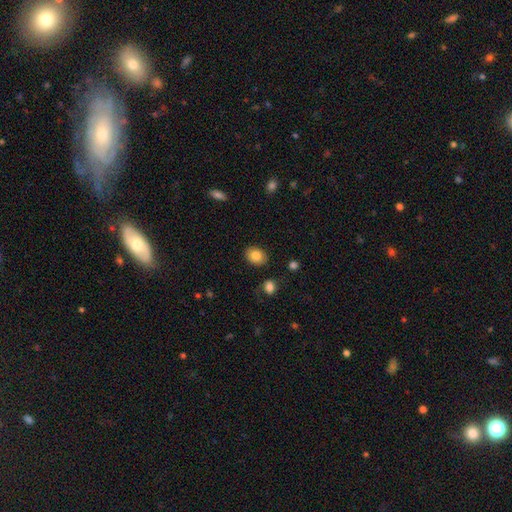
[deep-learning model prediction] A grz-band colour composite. It shows a smooth galaxy with no disk features (84%) that is in between round and cigar-shaped (63%). Merging: none (87%).